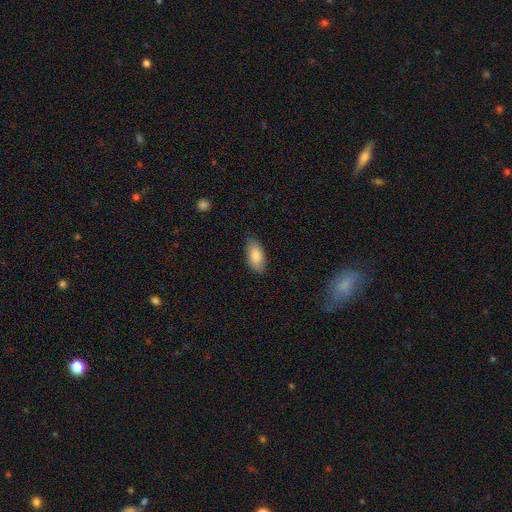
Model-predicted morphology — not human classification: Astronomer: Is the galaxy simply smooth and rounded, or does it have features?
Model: smooth — 84%.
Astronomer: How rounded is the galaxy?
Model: in between — 92%.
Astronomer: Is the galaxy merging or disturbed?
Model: none — 84%.